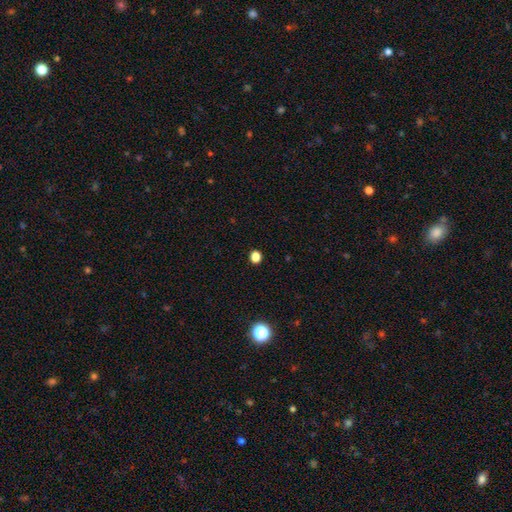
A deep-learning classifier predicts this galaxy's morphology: smooth_or_featured: smooth (p=0.78) [alt: star or artifact p=0.19]
how_rounded: round (p=0.71) [alt: in between p=0.28]
merging: none (p=0.90) [alt: minor disturbance p=0.06]